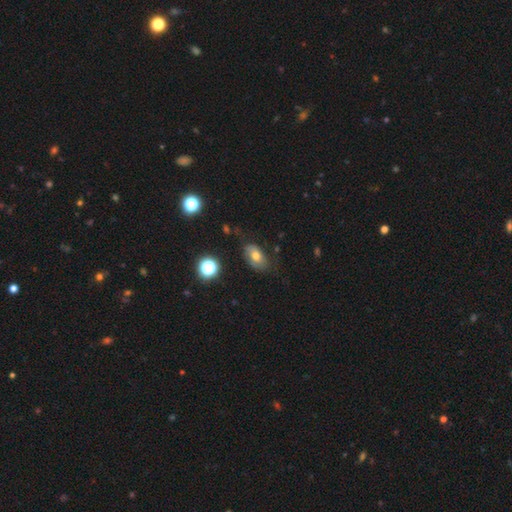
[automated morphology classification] This is likely a smooth galaxy (65%). How rounded: clearly in between (87%). Merging: likely none (68%).